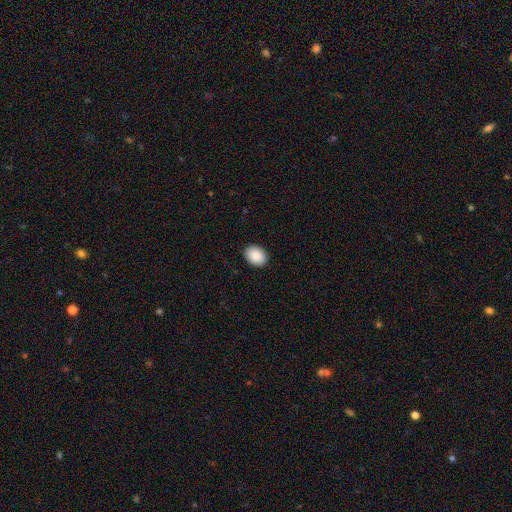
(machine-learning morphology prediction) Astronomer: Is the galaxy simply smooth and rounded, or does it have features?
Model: smooth — 90%.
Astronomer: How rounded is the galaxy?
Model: in between — 68%.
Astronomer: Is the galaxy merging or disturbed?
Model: none — 91%.